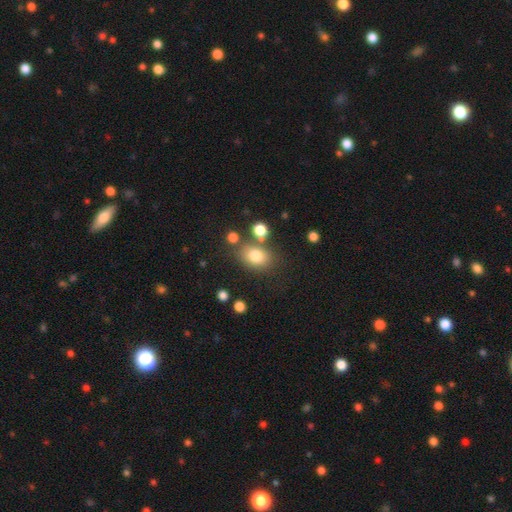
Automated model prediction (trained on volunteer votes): smooth 78%, star or artifact 12%, featured or disk 10%. Down the decision tree: how rounded — in between (64%); merging — none (69%).